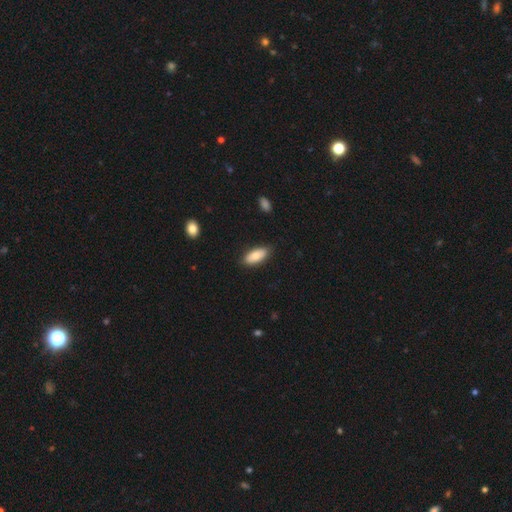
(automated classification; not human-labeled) Morphology: type=smooth (80%); roundness=in between (87%); merging=none (84%).